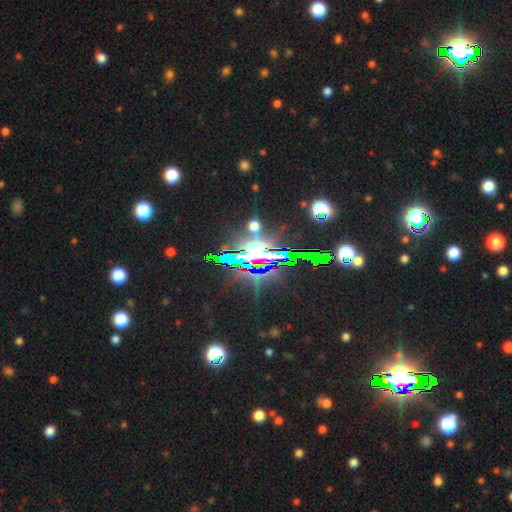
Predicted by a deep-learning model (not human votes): A star or artifact, not a galaxy (77%).

Vote fractions:
- Smooth or featured? star or artifact: 77% / smooth: 12% / featured or disk: 11%